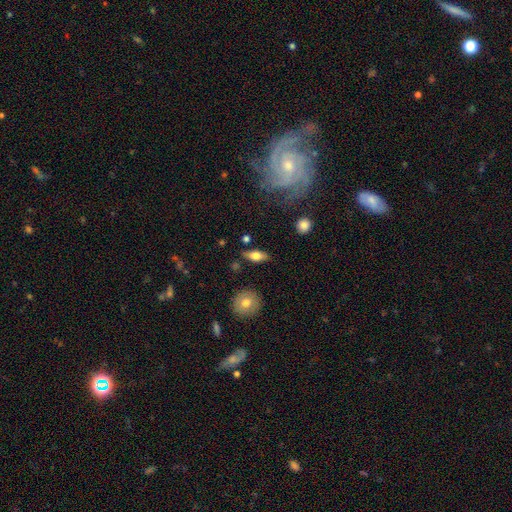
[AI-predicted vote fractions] This appears to be a smooth galaxy with no disk features (62%) that is in between round and cigar-shaped (78%). Merging: none (83%).